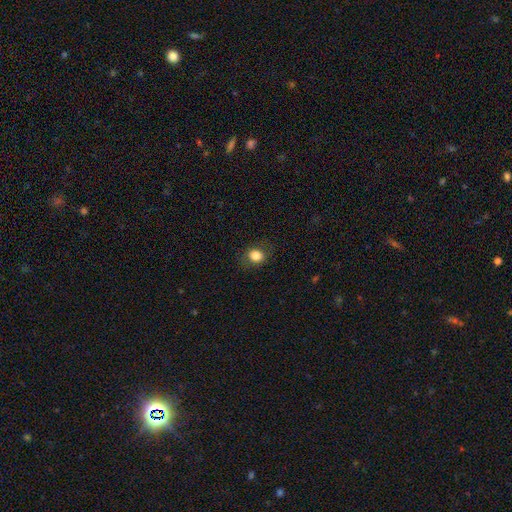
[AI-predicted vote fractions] Smooth or featured? Predicted: smooth (p=0.82). How rounded? Predicted: round (p=0.60). Merging? Predicted: none (p=0.81).